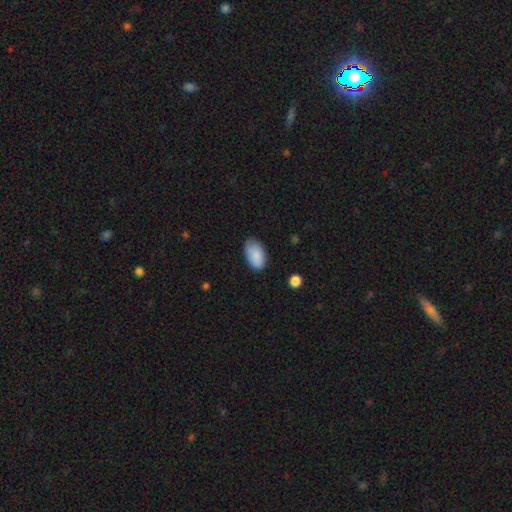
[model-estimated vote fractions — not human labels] smooth_or_featured: smooth (p=0.88) [alt: star or artifact p=0.07]
how_rounded: in between (p=0.95) [alt: round p=0.04]
merging: none (p=0.75) [alt: minor disturbance p=0.20]